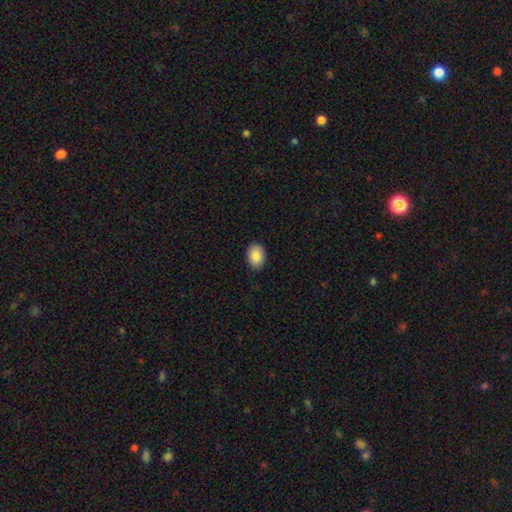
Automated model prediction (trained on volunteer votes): A smooth galaxy with no disk features (87%) that is in between round and cigar-shaped (77%). Merging: none (88%).